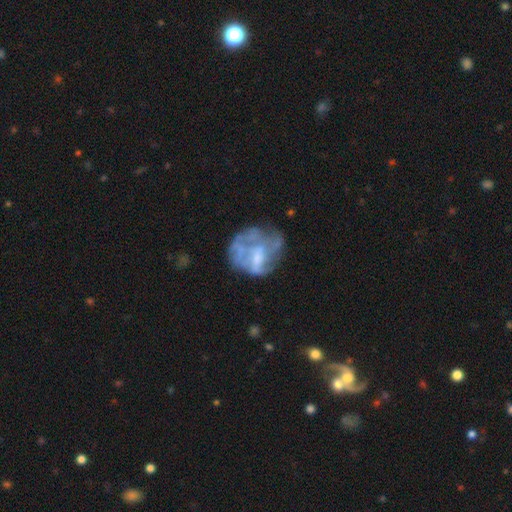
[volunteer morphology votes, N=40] smooth-or-featured: featured or disk: 62% | smooth: 25% | star or artifact: 12%
  disk-edge-on: no: 100% | yes: 0%
    bar: no: 76% | strong: 12% | weak: 12%
    has-spiral-arms: no: 84% | yes: 16%
    bulge-size: none: 40% | moderate: 28% | small: 28% | large: 4% | dominant: 0%
  merging: major disturbance: 54% | none: 26% | minor disturbance: 17% | merger: 3%